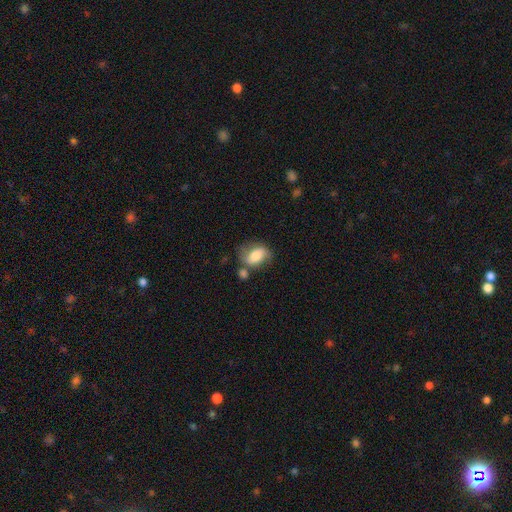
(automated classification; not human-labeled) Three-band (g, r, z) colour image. It shows a smooth galaxy with no disk features (68%) that is in between round and cigar-shaped (80%). Merging: none (51%).